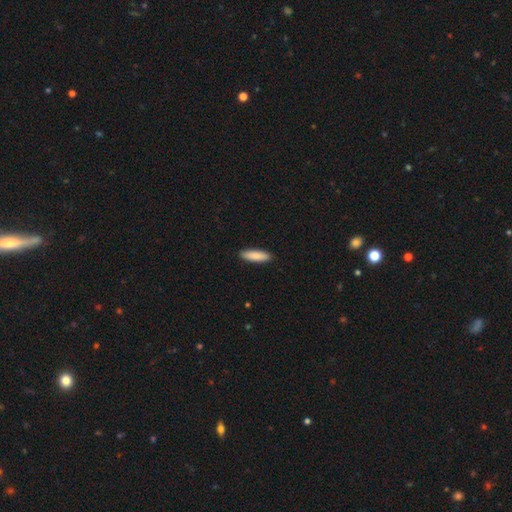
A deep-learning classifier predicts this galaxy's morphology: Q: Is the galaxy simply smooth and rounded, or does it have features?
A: smooth — 88%.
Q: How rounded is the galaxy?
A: cigar-shaped — 60%.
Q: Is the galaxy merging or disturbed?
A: none — 91%.